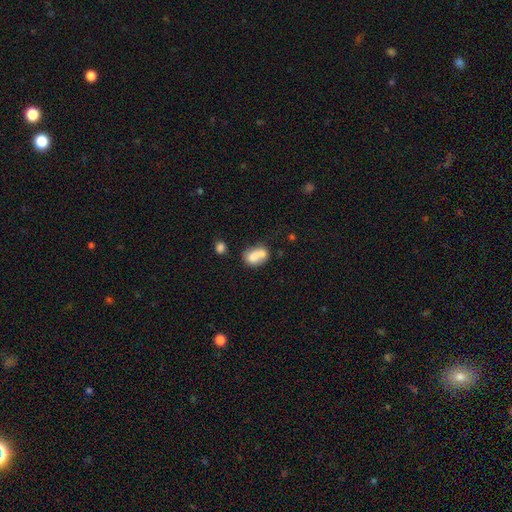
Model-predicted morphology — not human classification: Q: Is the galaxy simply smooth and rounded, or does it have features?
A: smooth — 73%.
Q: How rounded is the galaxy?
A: in between — 75%.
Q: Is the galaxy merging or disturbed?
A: merger — 43%.